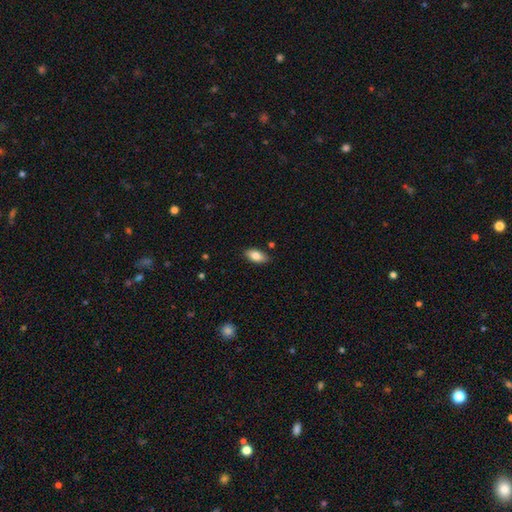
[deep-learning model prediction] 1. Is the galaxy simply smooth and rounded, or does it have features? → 82% smooth, 11% featured or disk, 7% star or artifact.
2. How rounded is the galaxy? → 89% in between, 8% cigar-shaped, 3% round.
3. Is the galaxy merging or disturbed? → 85% none, 11% minor disturbance, 2% major disturbance, 2% merger.